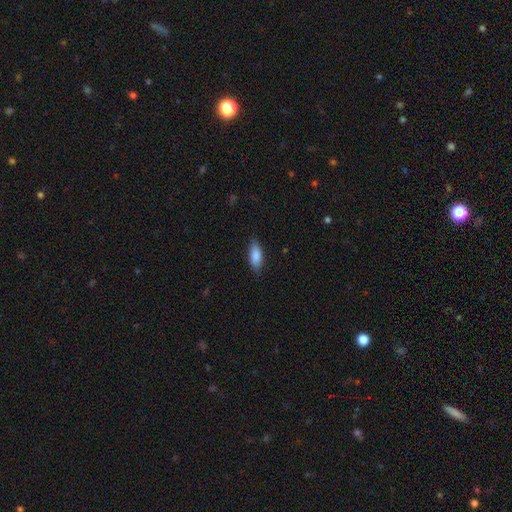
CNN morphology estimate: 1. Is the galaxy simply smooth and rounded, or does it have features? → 85% smooth, 9% featured or disk, 6% star or artifact.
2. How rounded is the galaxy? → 76% in between, 22% cigar-shaped, 2% round.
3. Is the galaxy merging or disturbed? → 82% none, 14% minor disturbance, 3% major disturbance, 1% merger.